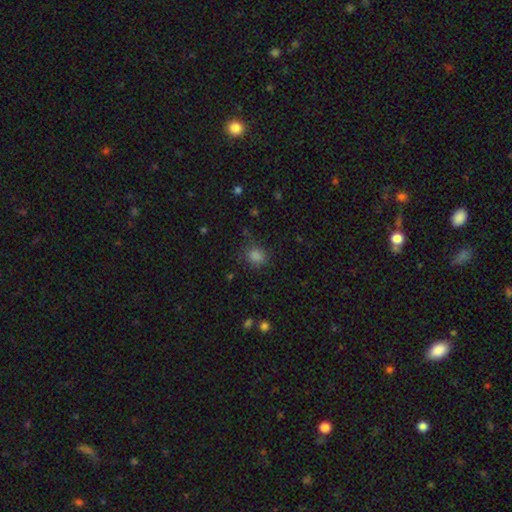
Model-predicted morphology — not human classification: This is likely a smooth galaxy (79%). How rounded: likely round (76%). Merging: likely none (79%).